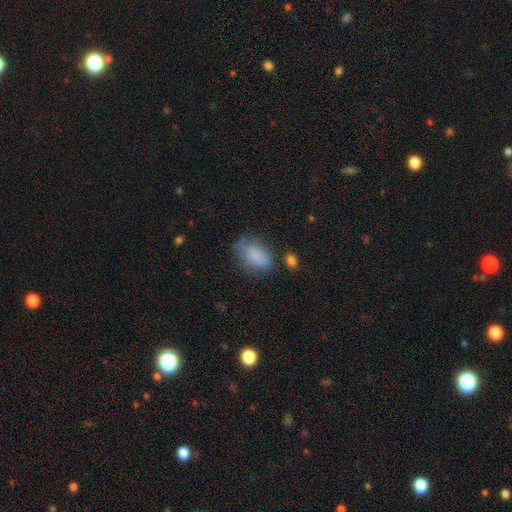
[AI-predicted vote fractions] smooth 80%, featured or disk 11%, star or artifact 9%. Down the decision tree: how rounded — in between (86%); merging — none (59%).